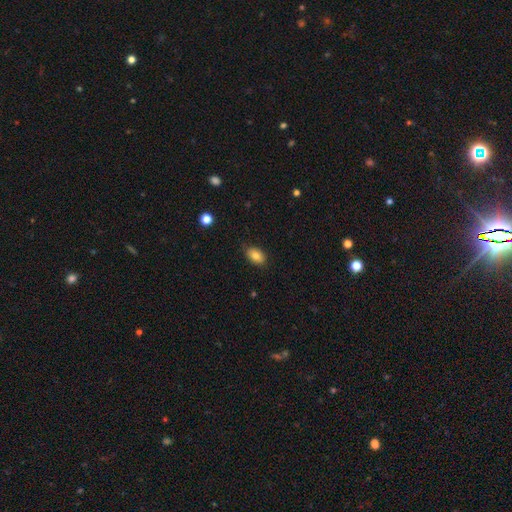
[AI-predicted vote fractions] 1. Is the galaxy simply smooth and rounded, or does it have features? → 82% smooth, 9% featured or disk, 8% star or artifact.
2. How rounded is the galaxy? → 88% in between, 11% round, 2% cigar-shaped.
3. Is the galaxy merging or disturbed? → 83% none, 14% minor disturbance, 2% major disturbance, 1% merger.